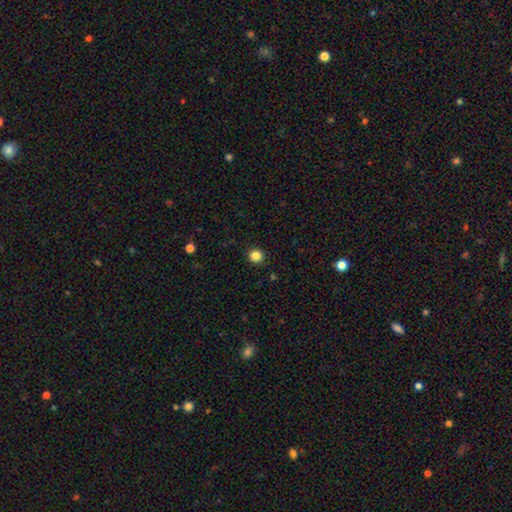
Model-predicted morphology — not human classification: Overall: smooth (84%). How rounded: round (92%). Merging: none (92%).